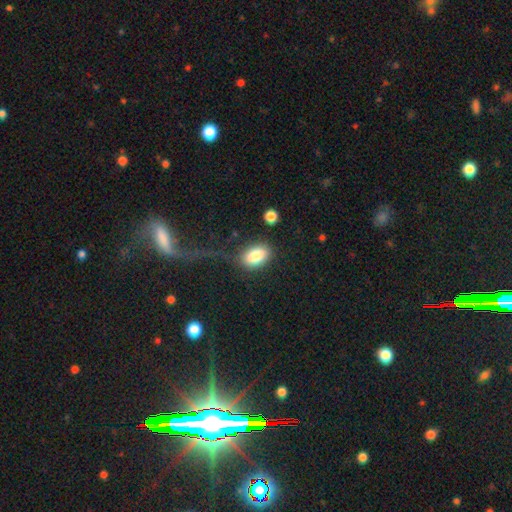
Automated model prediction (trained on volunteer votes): Smooth or featured? smooth (85%)
How rounded? in between (87%)
Merging? none (73%)